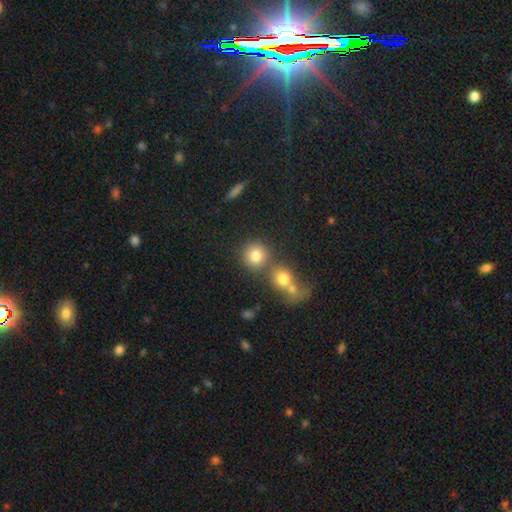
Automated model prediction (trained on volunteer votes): smooth-or-featured: smooth: 79% | star or artifact: 12% | featured or disk: 9%
  how-rounded: round: 89% | in between: 10% | cigar-shaped: 1%
  merging: none: 61% | merger: 27% | minor disturbance: 8% | major disturbance: 4%